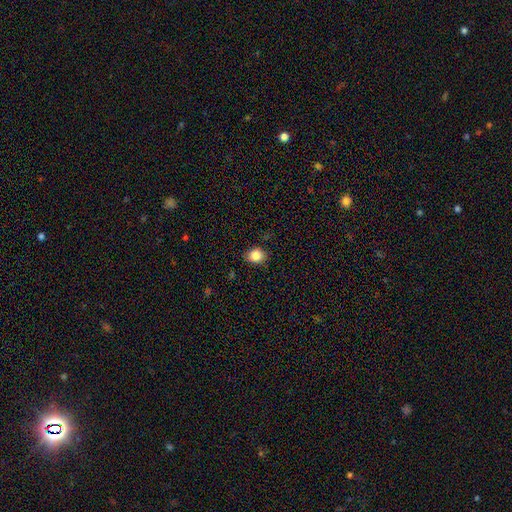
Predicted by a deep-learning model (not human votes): This appears to be a smooth galaxy with no disk features (86%) that is round (60%). Merging: none (83%).